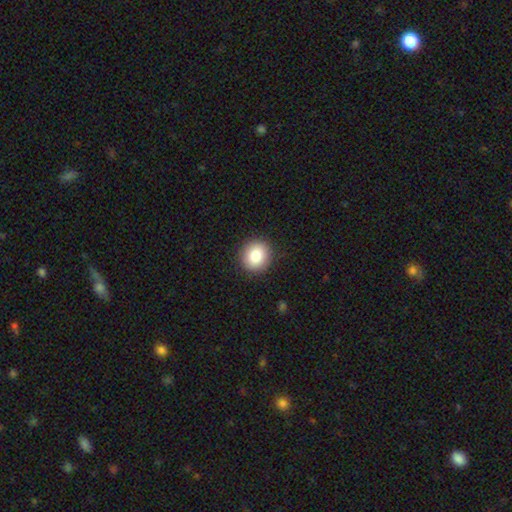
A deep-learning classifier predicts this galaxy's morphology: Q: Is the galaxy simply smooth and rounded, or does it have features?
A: smooth — 84%.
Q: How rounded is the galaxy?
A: round — 88%.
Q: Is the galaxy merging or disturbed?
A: none — 91%.